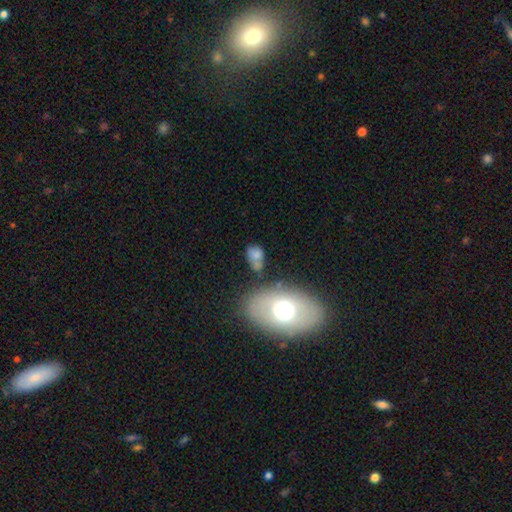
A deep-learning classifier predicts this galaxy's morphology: This is likely a smooth galaxy (65%). How rounded: likely in between (75%). Merging: marginally none (38%).